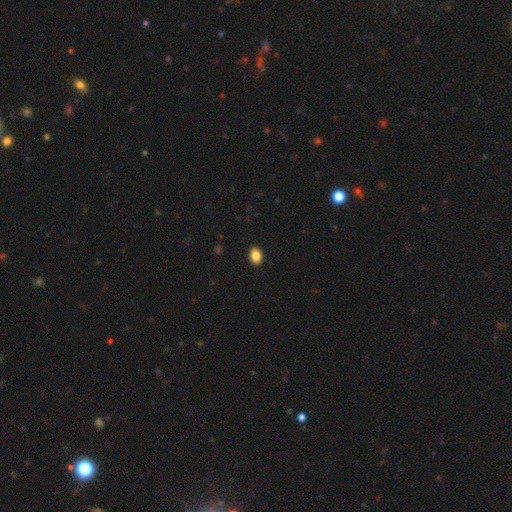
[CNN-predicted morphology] This is clearly a smooth galaxy (87%). How rounded: clearly in between (81%). Merging: clearly none (91%).